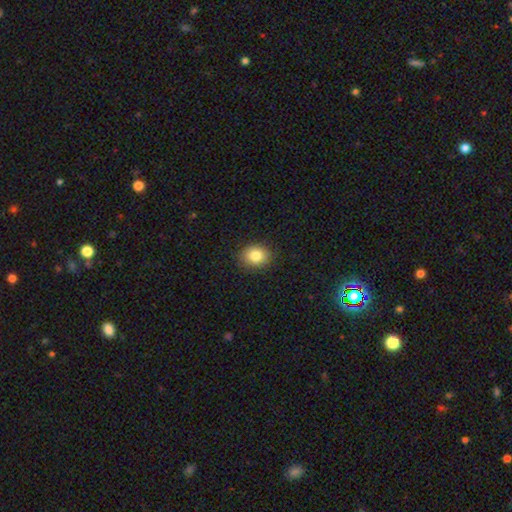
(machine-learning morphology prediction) This is clearly a smooth galaxy (84%). How rounded: possibly round (59%). Merging: clearly none (87%).